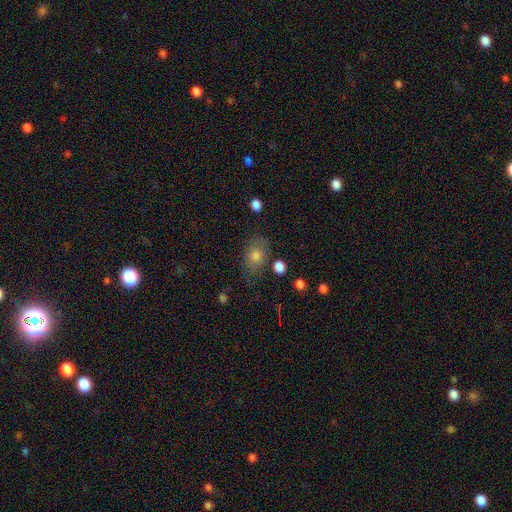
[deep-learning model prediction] Smooth or featured: smooth — 73% (featured or disk — 14%)
How rounded: in between — 75% (round — 23%)
Merging: none — 72% (minor disturbance — 19%)